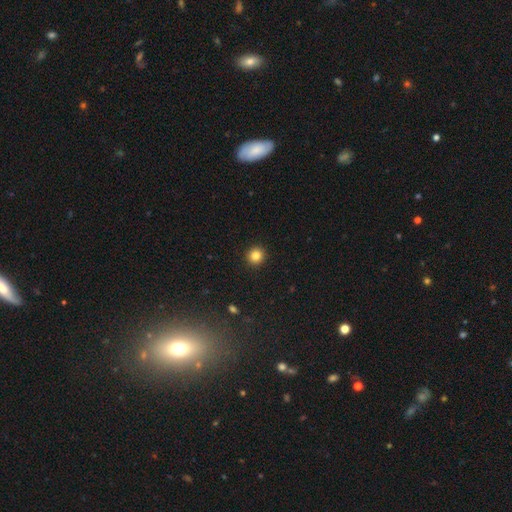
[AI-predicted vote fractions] smooth-or-featured: smooth: 84% | star or artifact: 11% | featured or disk: 4%
  how-rounded: round: 92% | in between: 7% | cigar-shaped: 1%
  merging: none: 93% | minor disturbance: 5% | major disturbance: 2% | merger: 1%